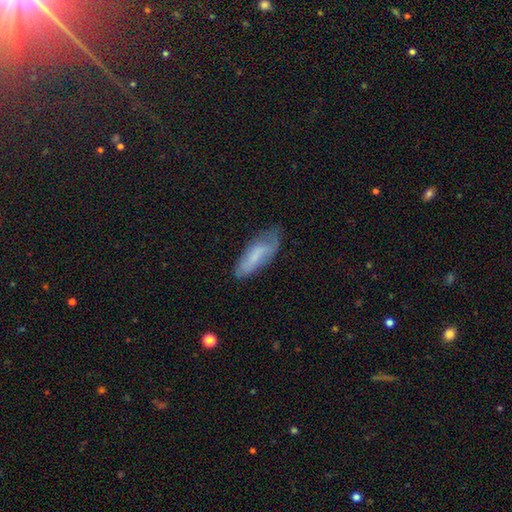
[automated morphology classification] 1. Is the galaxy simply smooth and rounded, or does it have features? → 63% smooth, 29% featured or disk, 8% star or artifact.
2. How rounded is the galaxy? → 63% in between, 35% cigar-shaped, 2% round.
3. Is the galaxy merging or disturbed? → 58% none, 29% minor disturbance, 11% major disturbance, 2% merger.